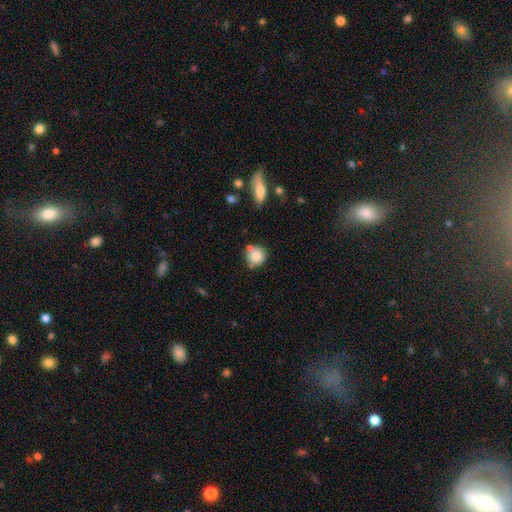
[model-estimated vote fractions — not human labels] A smooth galaxy with no disk features (80%) that is round (83%).

Vote fractions:
- Smooth or featured? smooth: 80% / featured or disk: 11% / star or artifact: 9%
- How rounded? round: 83% / in between: 16% / cigar-shaped: 1%
- Merging? none: 57% / minor disturbance: 23% / merger: 14% / major disturbance: 6%